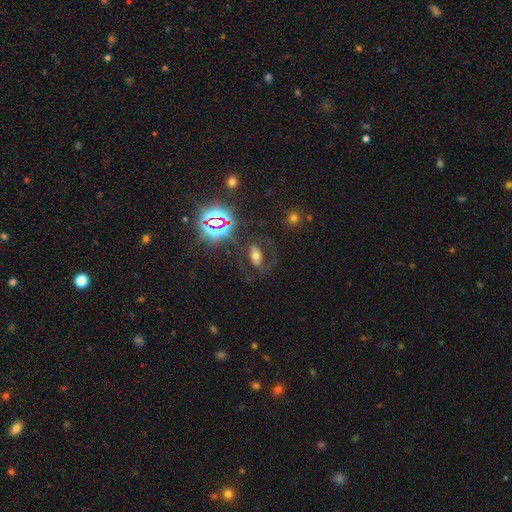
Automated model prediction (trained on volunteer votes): smooth-or-featured: featured or disk: 41% | smooth: 32% | star or artifact: 27%
  merging: none: 64% | major disturbance: 19% | minor disturbance: 15% | merger: 3%